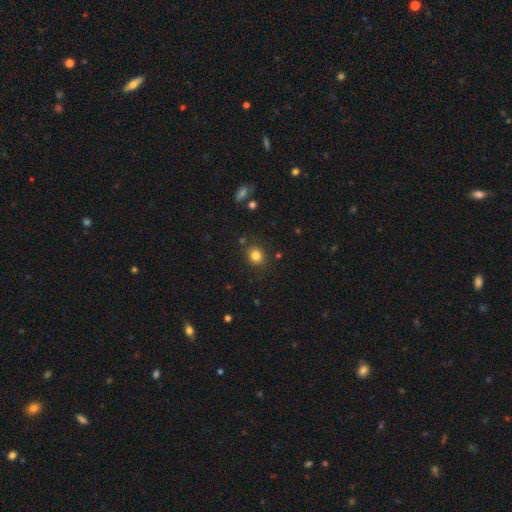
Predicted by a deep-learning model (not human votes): smooth-or-featured: smooth: 82% | star or artifact: 12% | featured or disk: 6%
  how-rounded: round: 75% | in between: 24% | cigar-shaped: 1%
  merging: none: 85% | minor disturbance: 9% | major disturbance: 3% | merger: 3%